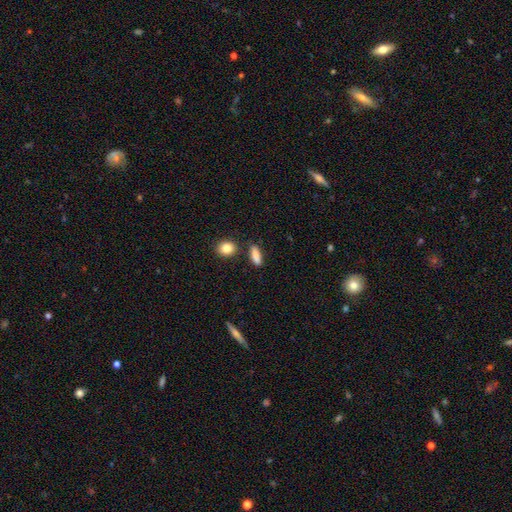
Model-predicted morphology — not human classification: Overall: smooth (85%). How rounded: in between (55%; cigar-shaped 39%). Merging: none (79%).